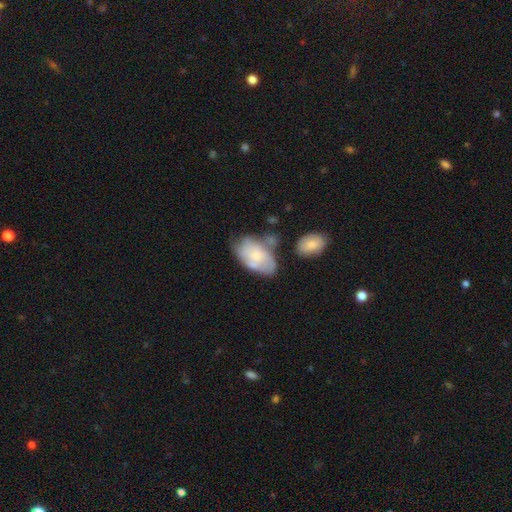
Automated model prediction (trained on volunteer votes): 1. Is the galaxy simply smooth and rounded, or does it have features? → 53% smooth, 41% featured or disk, 7% star or artifact.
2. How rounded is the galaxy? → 92% in between, 6% round, 2% cigar-shaped.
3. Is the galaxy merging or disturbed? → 41% none, 29% minor disturbance, 17% merger, 14% major disturbance.